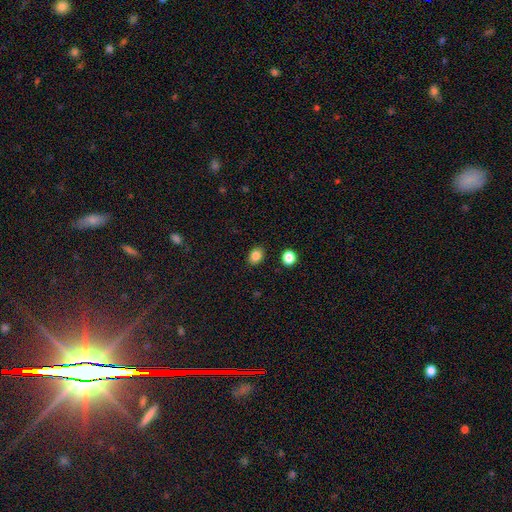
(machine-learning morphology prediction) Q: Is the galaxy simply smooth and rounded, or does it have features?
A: smooth — 86%.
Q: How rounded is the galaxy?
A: in between — 66%.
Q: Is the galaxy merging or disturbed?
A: none — 87%.